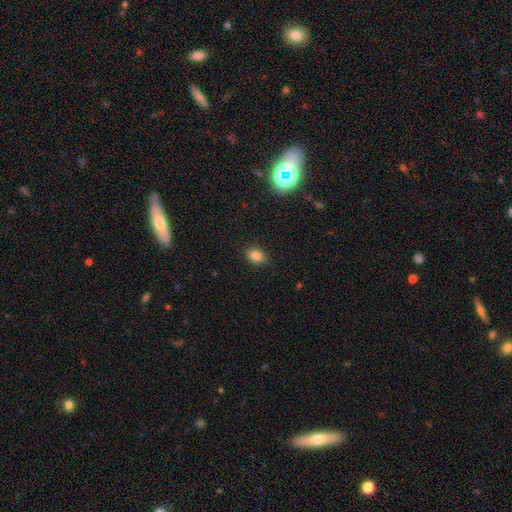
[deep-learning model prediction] Smooth or featured? Predicted: smooth (p=0.83). How rounded? Predicted: in between (p=0.78). Merging? Predicted: none (p=0.87).